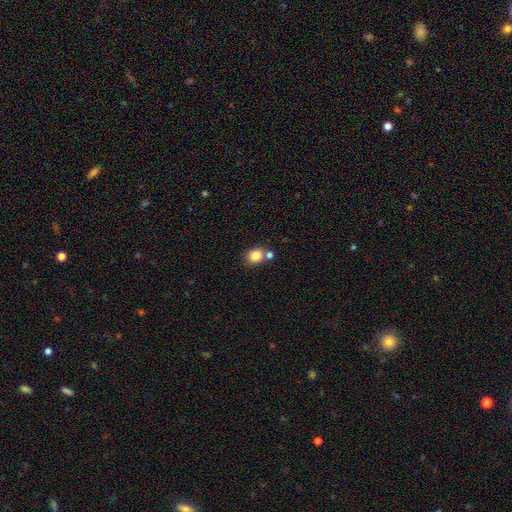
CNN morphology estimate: A smooth galaxy with no disk features (82%) that is round (71%).

Vote fractions:
- Smooth or featured? smooth: 82% / star or artifact: 11% / featured or disk: 7%
- How rounded? round: 71% / in between: 29% / cigar-shaped: 1%
- Merging? none: 60% / merger: 27% / minor disturbance: 10% / major disturbance: 3%